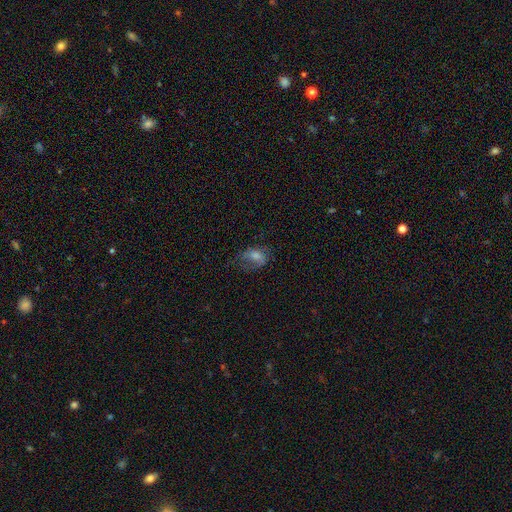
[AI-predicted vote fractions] A smooth galaxy with no disk features (51%) that is in between round and cigar-shaped (70%). Merging: none (46%).